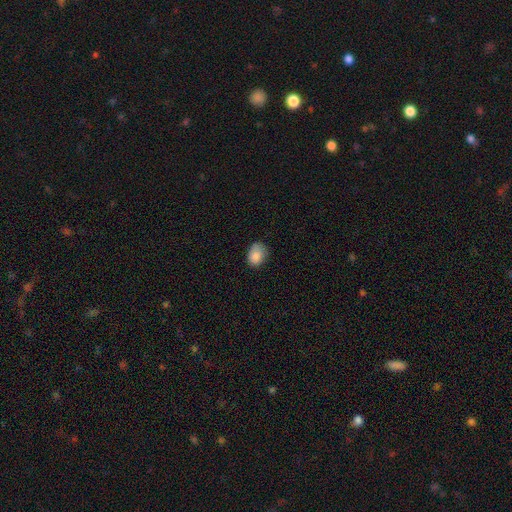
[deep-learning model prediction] Smooth or featured: smooth — 84% (star or artifact — 8%)
How rounded: in between — 66% (round — 33%)
Merging: none — 58% (minor disturbance — 31%)